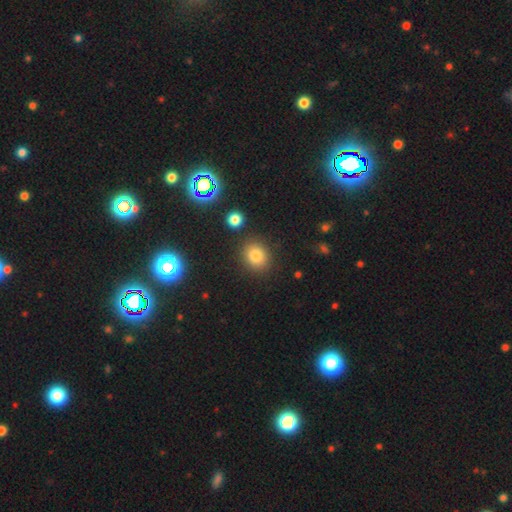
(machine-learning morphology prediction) type=smooth (80%); roundness=round (68%); merging=none (85%).